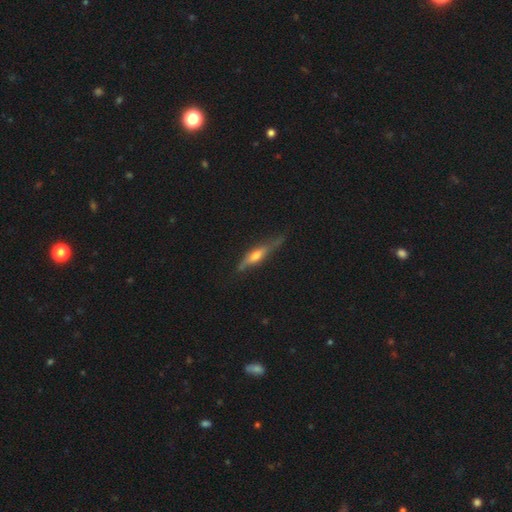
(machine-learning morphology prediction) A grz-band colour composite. It shows a featured or disk galaxy (63%) viewed edge-on (89%) with a rounded central bulge (78%). Merging: none (65%).